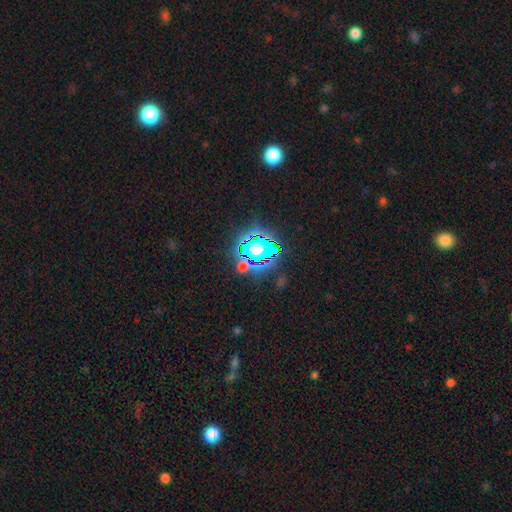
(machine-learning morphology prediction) Smooth or featured?
  - star or artifact: 83% *
  - smooth: 11%
  - featured or disk: 6%